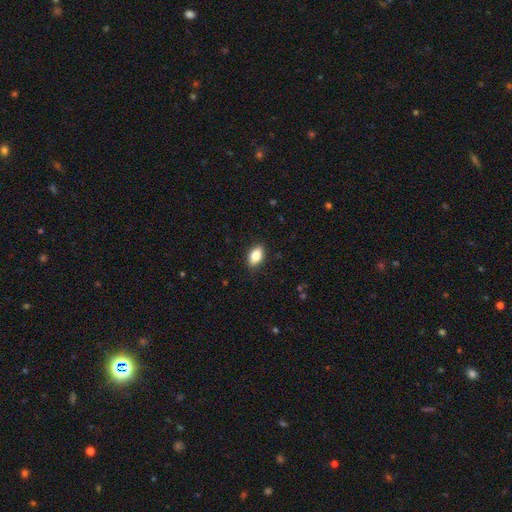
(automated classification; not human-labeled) This is likely a smooth galaxy (80%). How rounded: clearly in between (89%). Merging: clearly none (88%).